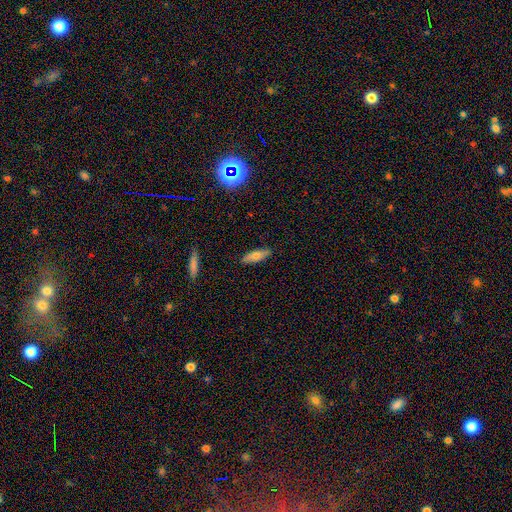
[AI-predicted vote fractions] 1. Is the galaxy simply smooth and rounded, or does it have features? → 64% smooth, 29% featured or disk, 7% star or artifact.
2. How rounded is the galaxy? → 53% cigar-shaped, 44% in between, 2% round.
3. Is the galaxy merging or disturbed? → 88% none, 9% minor disturbance, 2% major disturbance, 1% merger.